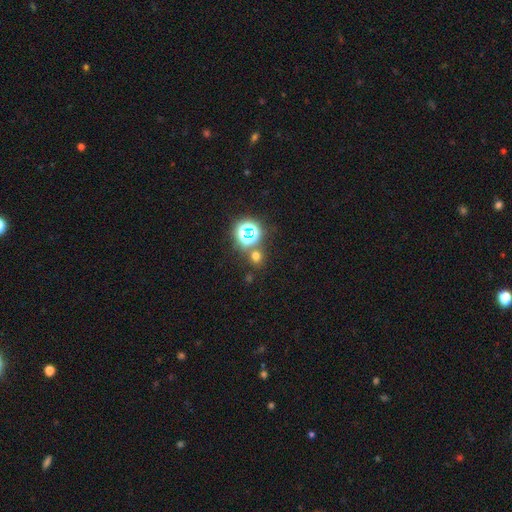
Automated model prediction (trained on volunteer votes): Smooth or featured? smooth (57%)
How rounded? round (81%)
Merging? none (78%)